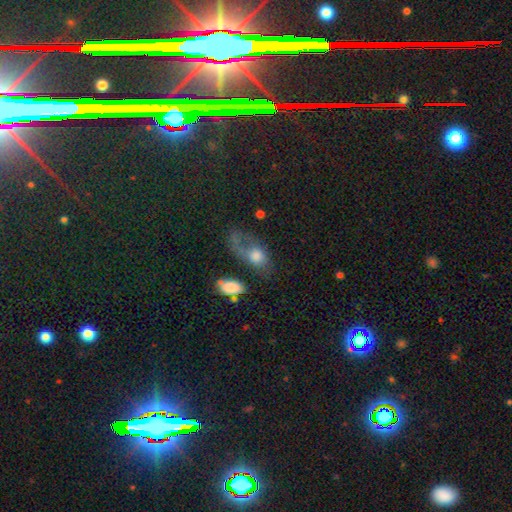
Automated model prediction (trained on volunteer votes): Morphology: type=smooth (59%); roundness=in between (75%); merging=major disturbance (47%).